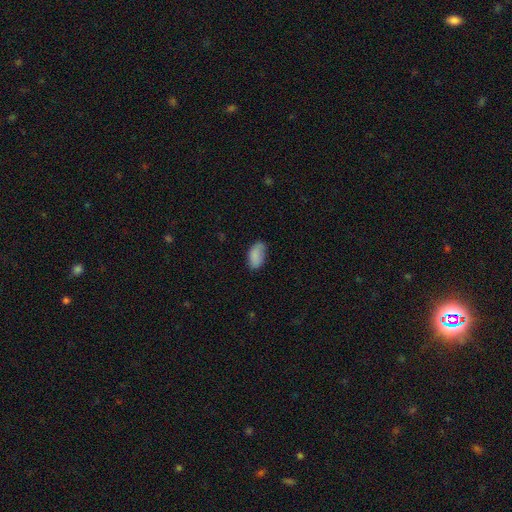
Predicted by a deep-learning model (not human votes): smooth-or-featured: smooth: 86% | star or artifact: 8% | featured or disk: 7%
  how-rounded: in between: 94% | round: 4% | cigar-shaped: 2%
  merging: none: 71% | minor disturbance: 23% | major disturbance: 5% | merger: 1%